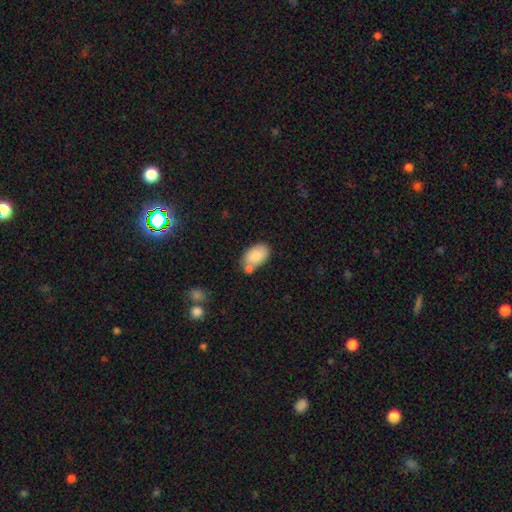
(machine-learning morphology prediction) Smooth or featured? Predicted: smooth (p=0.85). How rounded? Predicted: in between (p=0.93). Merging? Predicted: none (p=0.58).